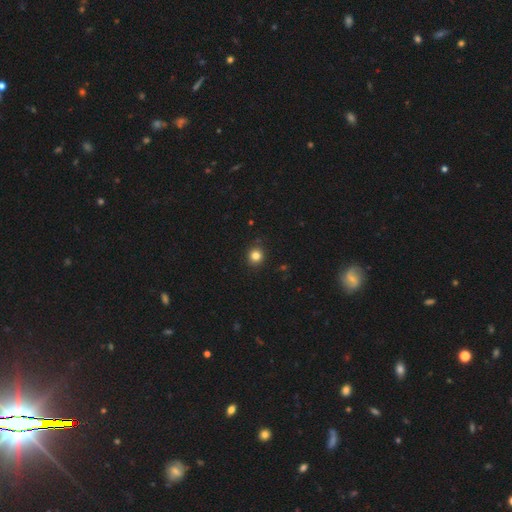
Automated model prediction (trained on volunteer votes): Smooth or featured?
  - smooth: 82% *
  - star or artifact: 13%
  - featured or disk: 5%
How rounded?
  - round: 90% *
  - in between: 10%
  - cigar-shaped: 1%
Merging?
  - none: 89% *
  - minor disturbance: 8%
  - major disturbance: 2%
  - merger: 1%